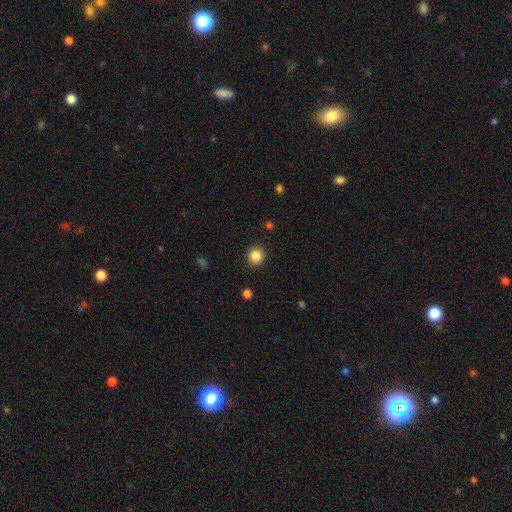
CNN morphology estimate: type=smooth (86%); roundness=round (92%); merging=none (91%).